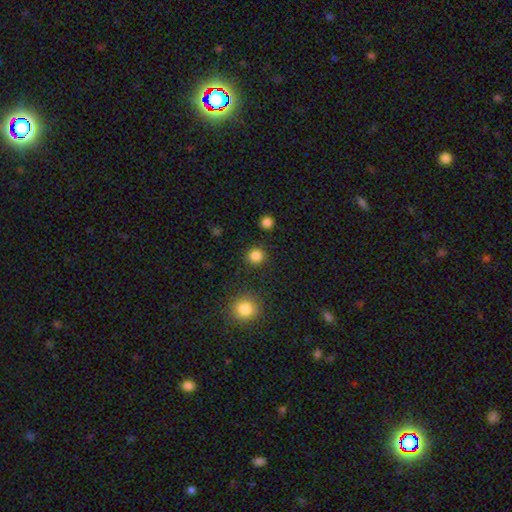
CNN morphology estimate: Overall: smooth (84%). How rounded: round (91%). Merging: none (90%).